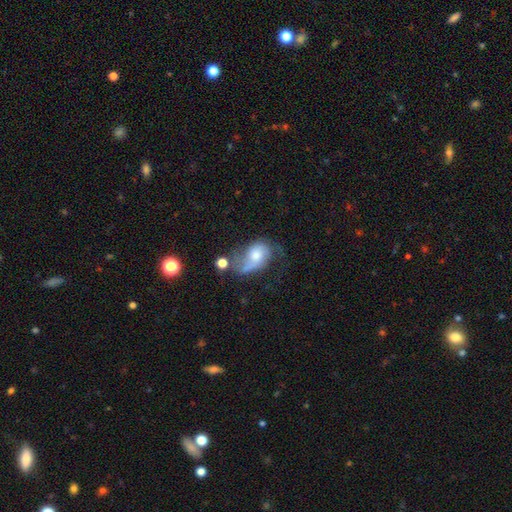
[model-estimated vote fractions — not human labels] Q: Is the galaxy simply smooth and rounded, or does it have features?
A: featured or disk — 55%.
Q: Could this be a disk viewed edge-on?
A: no — 96%.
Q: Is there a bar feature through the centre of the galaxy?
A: no — 71%.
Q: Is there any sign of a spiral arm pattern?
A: yes — 80%.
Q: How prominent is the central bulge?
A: moderate — 49%.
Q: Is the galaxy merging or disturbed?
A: major disturbance — 33%.